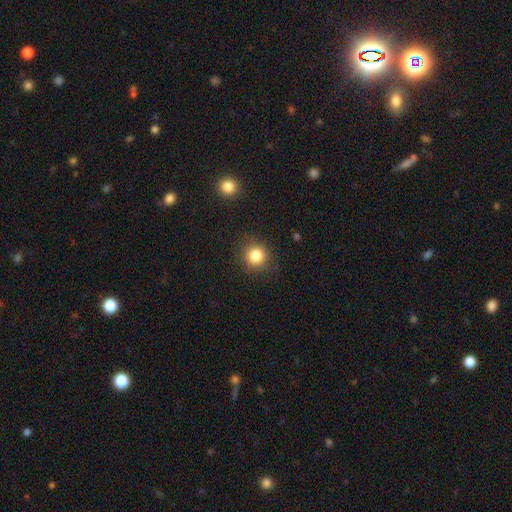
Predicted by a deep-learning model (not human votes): This is clearly a smooth galaxy (82%). How rounded: clearly round (90%). Merging: clearly none (87%).